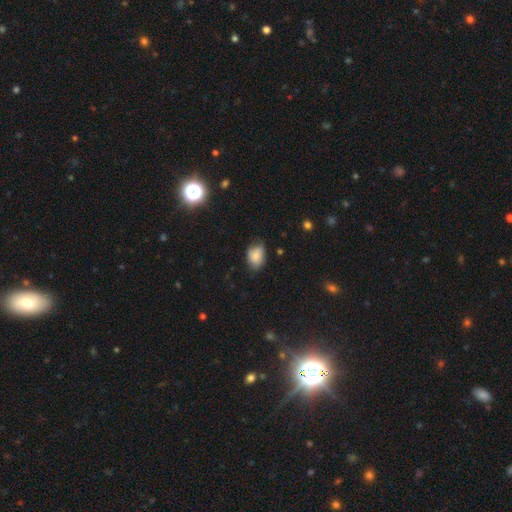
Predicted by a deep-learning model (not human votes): Smooth or featured: smooth — 80% (featured or disk — 11%)
How rounded: in between — 75% (round — 24%)
Merging: none — 65% (minor disturbance — 28%)